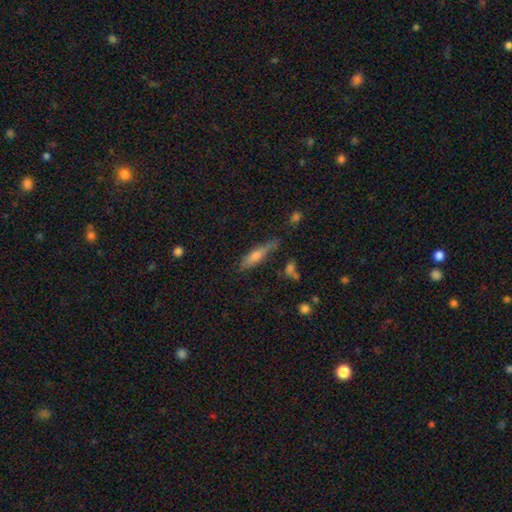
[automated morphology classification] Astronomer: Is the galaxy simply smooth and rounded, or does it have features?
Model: smooth — 58%.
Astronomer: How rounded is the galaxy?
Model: cigar-shaped — 74%.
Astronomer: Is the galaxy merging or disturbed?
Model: none — 66%.